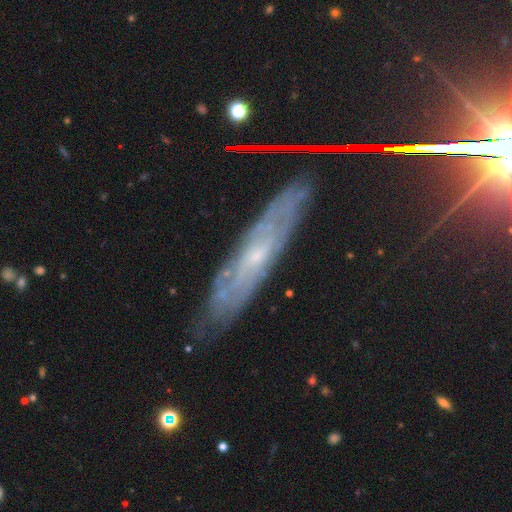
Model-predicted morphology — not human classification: Q: Smooth or featured?
A: featured or disk (73%); runner-up: smooth (16%)
Q: Edge-on disk?
A: no (57%); runner-up: yes (43%)
Q: Merging?
A: none (82%); runner-up: minor disturbance (13%)